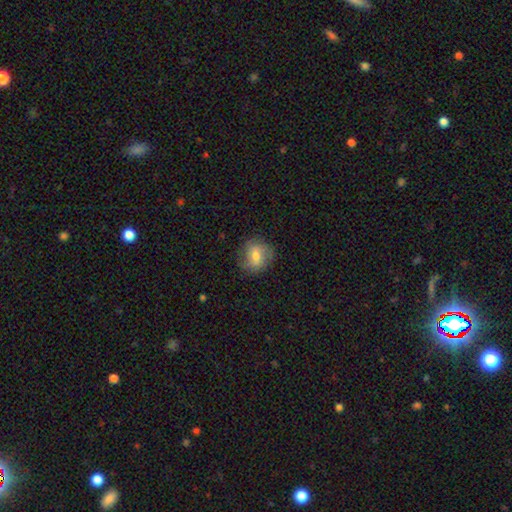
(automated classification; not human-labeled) Overall: smooth (58%; featured or disk 34%). How rounded: round (79%). Merging: none (79%).